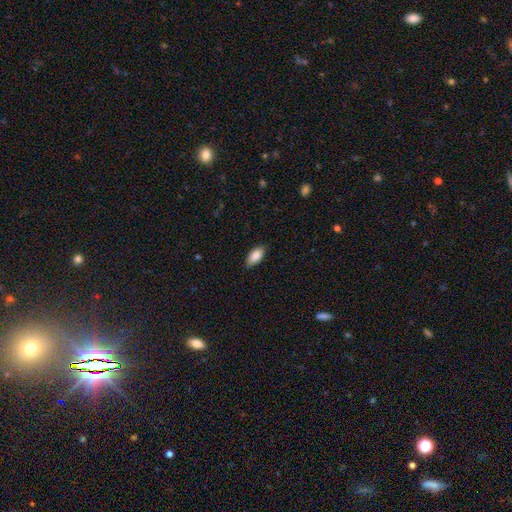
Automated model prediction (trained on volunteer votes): This appears to be a smooth galaxy with no disk features (88%) that is in between round and cigar-shaped (92%). Merging: none (86%).